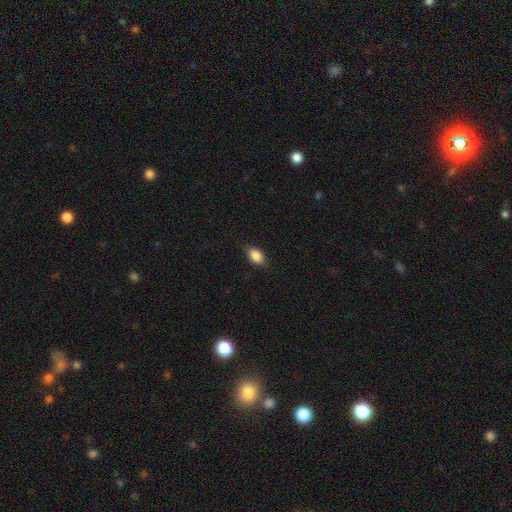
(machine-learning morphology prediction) A smooth galaxy with no disk features (87%) that is in between round and cigar-shaped (89%). Merging: none (82%).